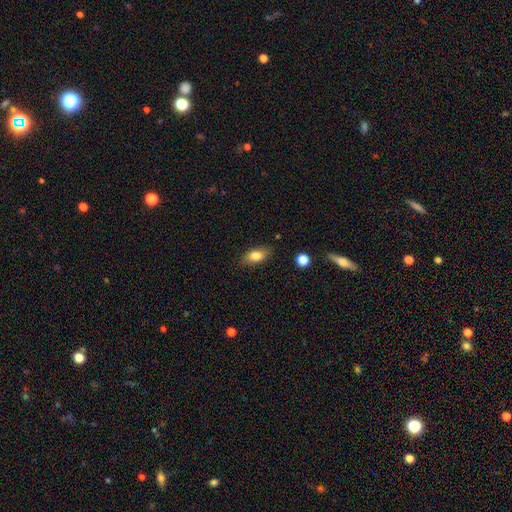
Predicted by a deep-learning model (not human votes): Smooth or featured? smooth (81%)
How rounded? in between (85%)
Merging? none (82%)